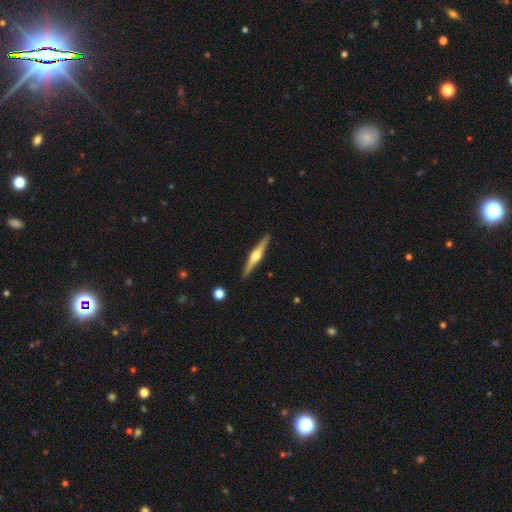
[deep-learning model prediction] Smooth or featured: featured or disk — 75% (smooth — 20%)
Edge-on disk: yes — 98% (no — 2%)
Edge-on bulge: rounded — 92% (boxy — 5%)
Merging: none — 91% (minor disturbance — 6%)